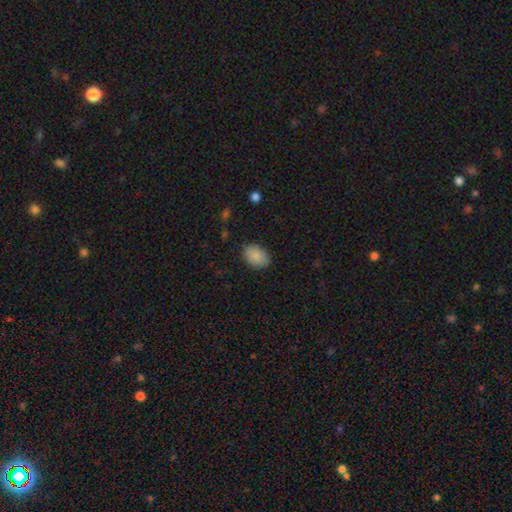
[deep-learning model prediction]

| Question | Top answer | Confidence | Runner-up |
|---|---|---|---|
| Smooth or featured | smooth | 88% | star or artifact (7%) |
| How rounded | in between | 79% | round (20%) |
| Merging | none | 85% | minor disturbance (11%) |